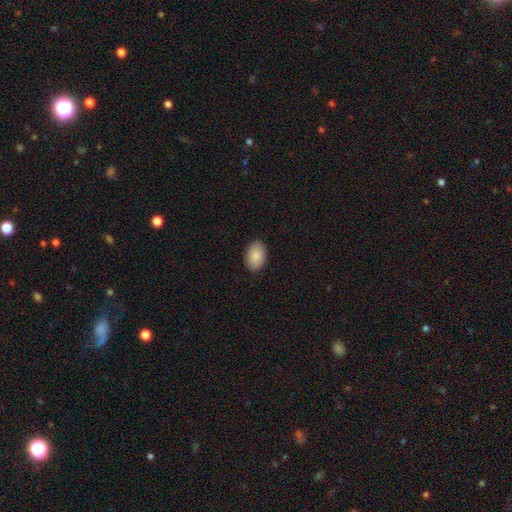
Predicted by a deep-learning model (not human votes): smooth_or_featured: smooth (p=0.88) [alt: star or artifact p=0.06]
how_rounded: in between (p=0.89) [alt: round p=0.10]
merging: none (p=0.89) [alt: minor disturbance p=0.09]